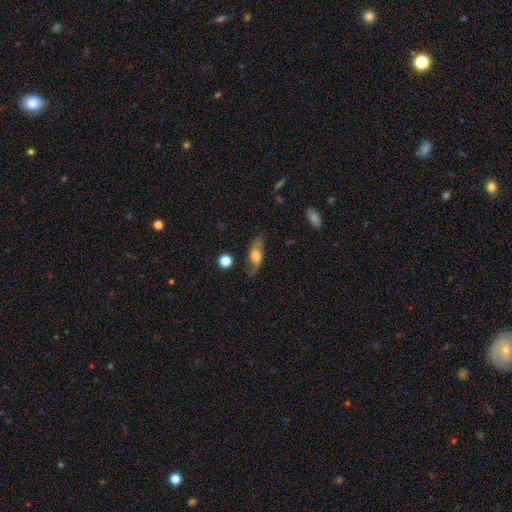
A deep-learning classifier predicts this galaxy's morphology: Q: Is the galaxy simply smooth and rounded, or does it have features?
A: smooth — 50%.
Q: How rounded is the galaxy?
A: in between — 69%.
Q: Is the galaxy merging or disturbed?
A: none — 69%.